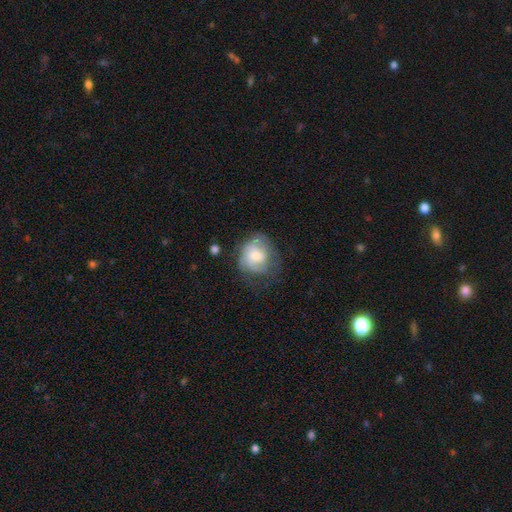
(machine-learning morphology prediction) Q: Smooth or featured?
A: featured or disk (49%); runner-up: smooth (44%)
Q: Merging?
A: none (51%); runner-up: minor disturbance (27%)